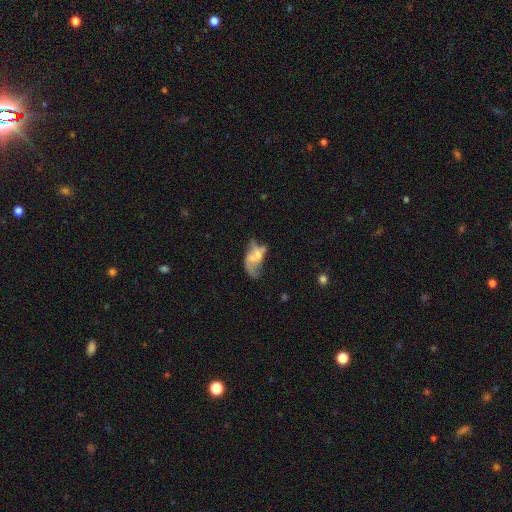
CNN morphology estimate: A featured or disk galaxy (51%). Merging: major disturbance (34%).